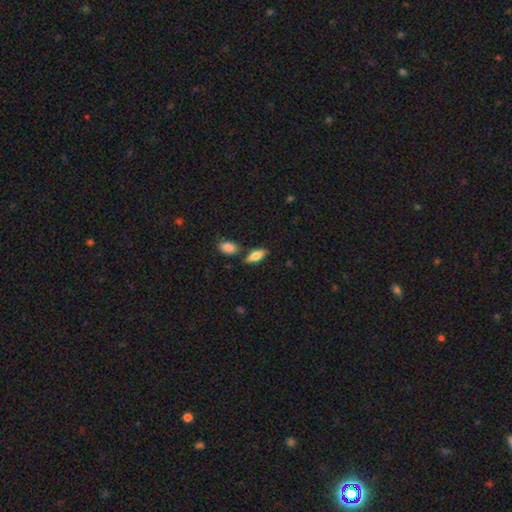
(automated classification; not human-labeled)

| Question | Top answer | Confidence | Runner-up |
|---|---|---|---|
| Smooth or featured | smooth | 77% | featured or disk (17%) |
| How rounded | in between | 79% | cigar-shaped (18%) |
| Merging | none | 74% | minor disturbance (13%) |